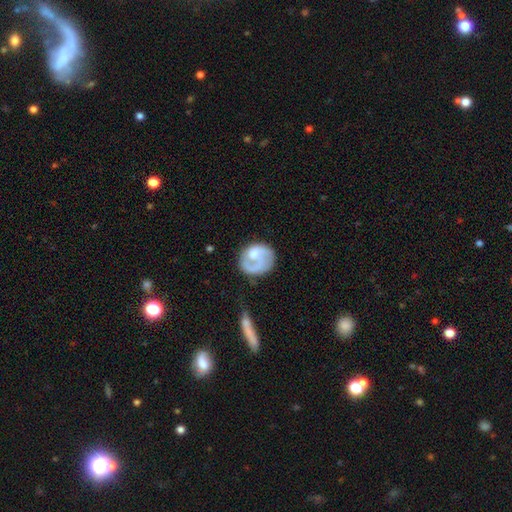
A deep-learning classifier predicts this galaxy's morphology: This appears to be a featured or disk galaxy (58%) with no bar (71%), spiral arms (74%) and a moderate central bulge (47%). Merging: none (55%).